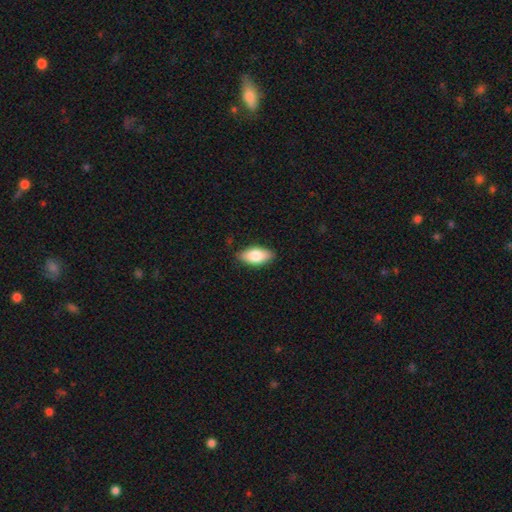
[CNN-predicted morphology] type=smooth (80%); roundness=in between (91%); merging=none (85%).